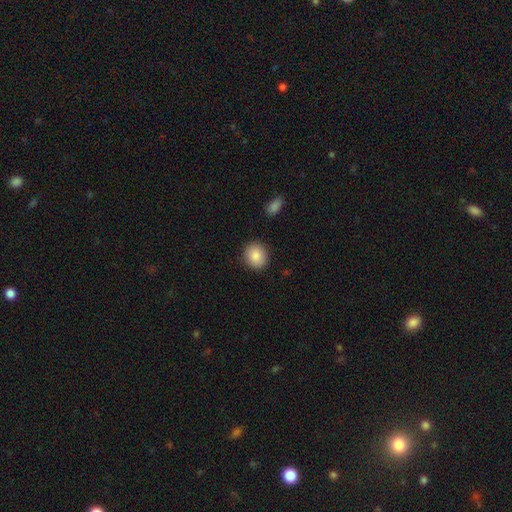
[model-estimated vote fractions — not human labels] Smooth or featured: smooth — 87% (star or artifact — 8%)
How rounded: round — 79% (in between — 20%)
Merging: none — 89% (minor disturbance — 7%)